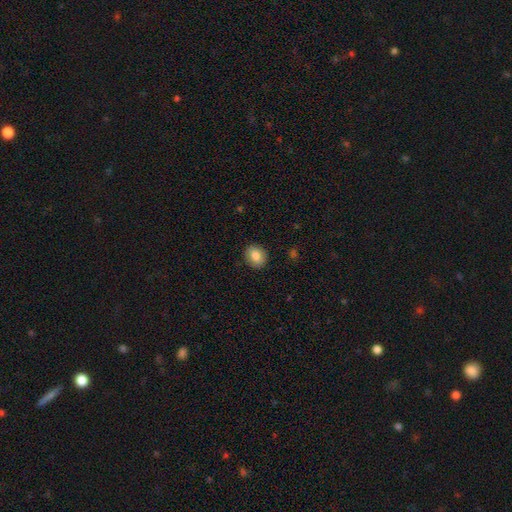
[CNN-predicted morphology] This appears to be a smooth galaxy with no disk features (84%) that is round (62%). Merging: none (90%).